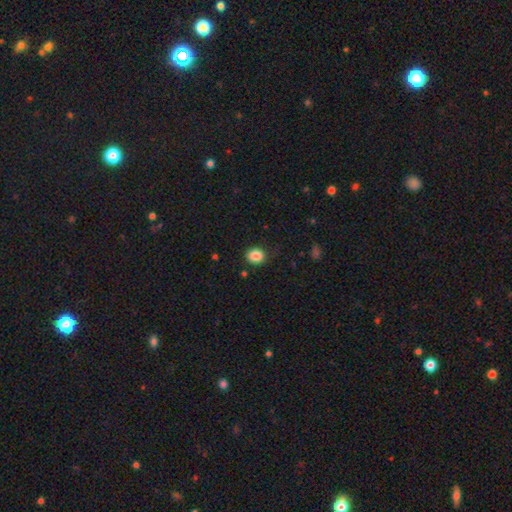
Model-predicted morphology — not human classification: The model was most divided on "how rounded": round: 63%, in between: 36%, cigar-shaped: 1%. More confident: smooth or featured — smooth (86%); merging — none (83%).